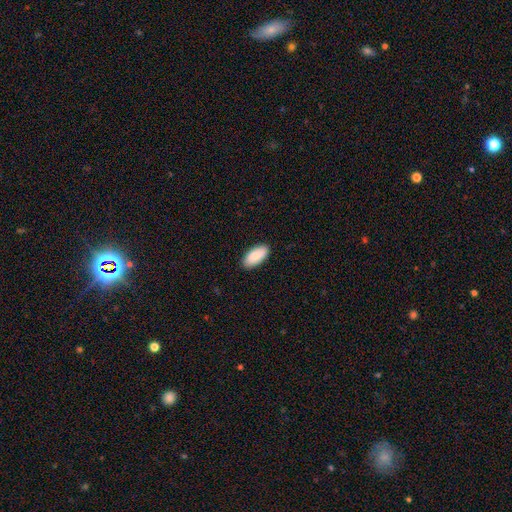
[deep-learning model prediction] A smooth galaxy with no disk features (89%) that is in between round and cigar-shaped (93%). Merging: none (89%).